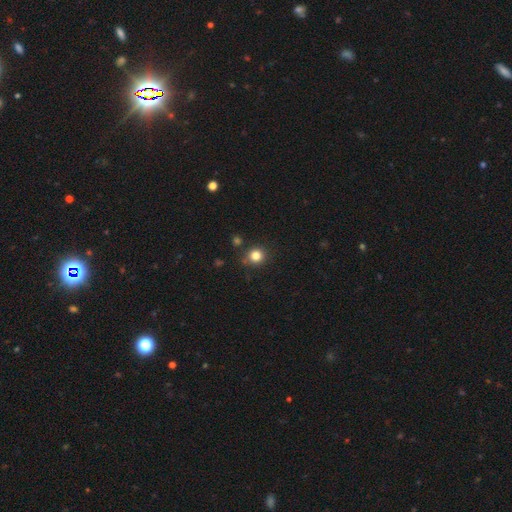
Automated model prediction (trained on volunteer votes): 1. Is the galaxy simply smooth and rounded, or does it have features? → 82% smooth, 13% star or artifact, 5% featured or disk.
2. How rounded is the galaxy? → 88% round, 11% in between, 1% cigar-shaped.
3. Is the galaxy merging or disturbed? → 83% none, 10% minor disturbance, 4% merger, 3% major disturbance.